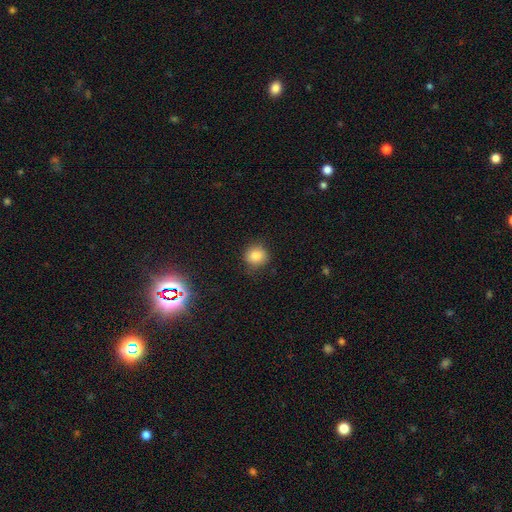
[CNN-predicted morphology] Smooth or featured? smooth (83%)
How rounded? round (86%)
Merging? none (83%)